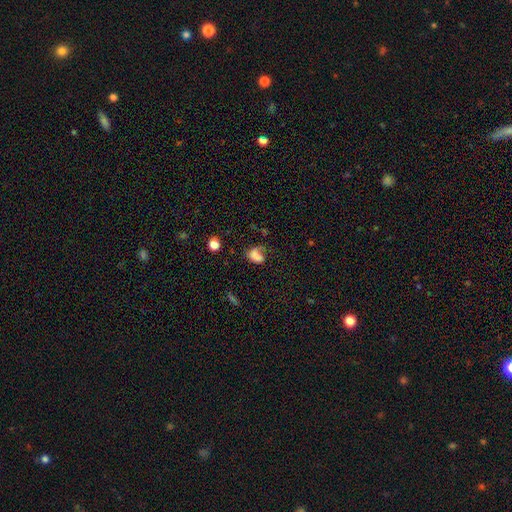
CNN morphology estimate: A smooth galaxy with no disk features (63%) that is in between round and cigar-shaped (77%).

Vote fractions:
- Smooth or featured? smooth: 63% / featured or disk: 24% / star or artifact: 13%
- How rounded? in between: 77% / round: 20% / cigar-shaped: 3%
- Merging? major disturbance: 39% / none: 32% / minor disturbance: 21% / merger: 8%